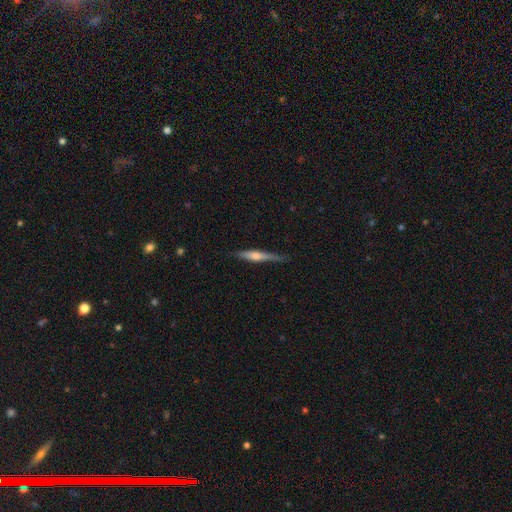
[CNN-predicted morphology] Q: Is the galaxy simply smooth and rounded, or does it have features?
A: featured or disk — 61%.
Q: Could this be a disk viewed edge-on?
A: yes — 97%.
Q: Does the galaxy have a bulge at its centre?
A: rounded — 82%.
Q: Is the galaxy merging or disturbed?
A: none — 77%.